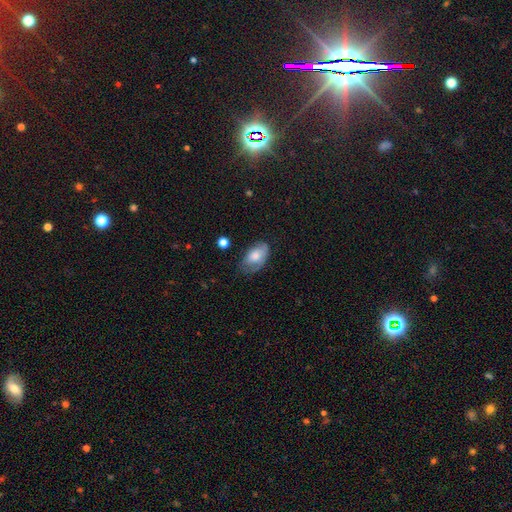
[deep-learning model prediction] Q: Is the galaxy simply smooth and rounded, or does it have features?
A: smooth — 68%.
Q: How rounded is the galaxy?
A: in between — 93%.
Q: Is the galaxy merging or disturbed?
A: none — 51%.